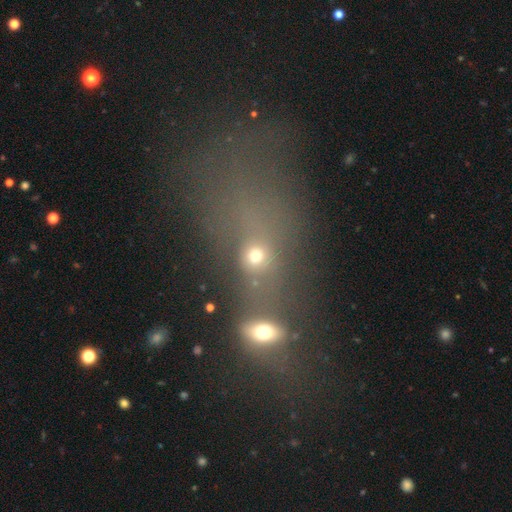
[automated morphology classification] Q: Smooth or featured?
A: star or artifact (43%); runner-up: smooth (39%)